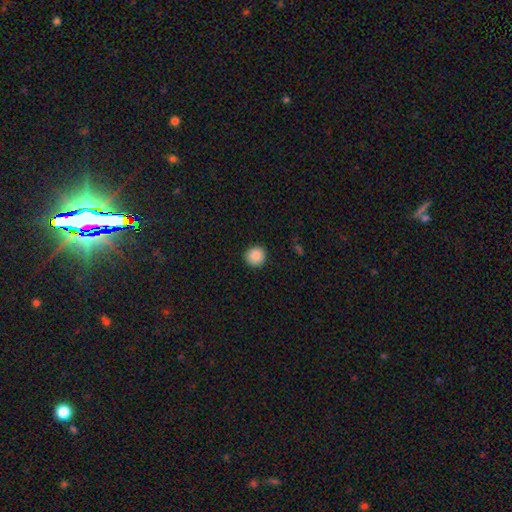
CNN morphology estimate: Smooth or featured: smooth — 88% (star or artifact — 8%)
How rounded: round — 93% (in between — 6%)
Merging: none — 90% (minor disturbance — 7%)